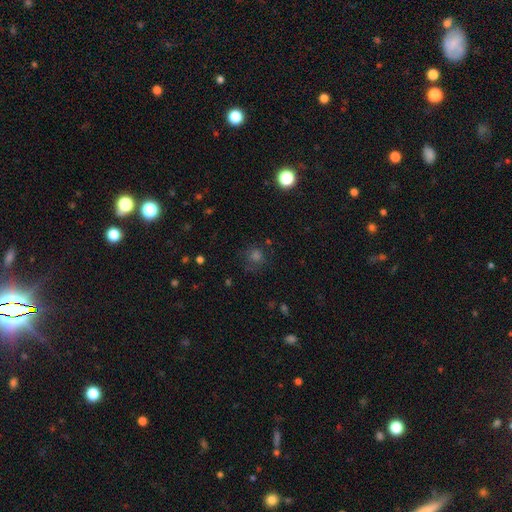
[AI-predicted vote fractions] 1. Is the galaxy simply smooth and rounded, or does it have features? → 56% smooth, 33% star or artifact, 12% featured or disk.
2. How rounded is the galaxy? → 88% round, 11% in between, 1% cigar-shaped.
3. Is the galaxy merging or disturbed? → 75% none, 14% minor disturbance, 9% major disturbance, 2% merger.